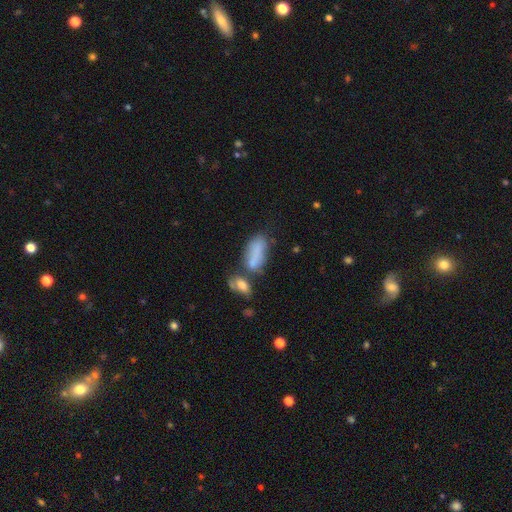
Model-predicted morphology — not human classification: smooth_or_featured: smooth (p=0.75) [alt: featured or disk p=0.16]
how_rounded: in between (p=0.80) [alt: cigar-shaped p=0.15]
merging: merger (p=0.37) [alt: none p=0.33]